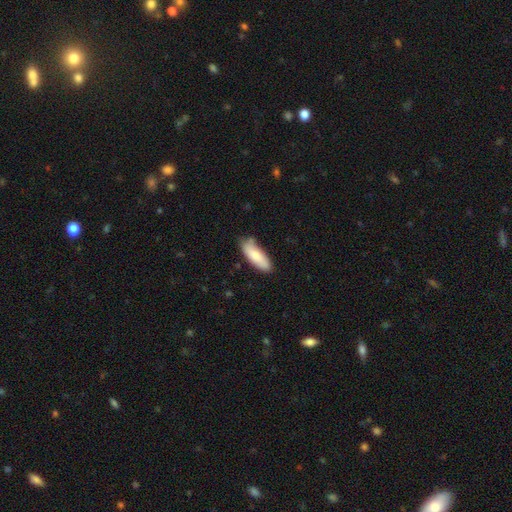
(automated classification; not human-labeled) smooth 78%, featured or disk 17%, star or artifact 6%. Down the decision tree: how rounded — in between (64%); merging — none (73%).